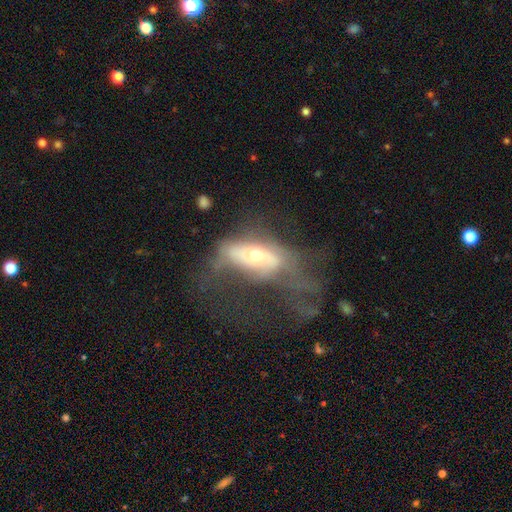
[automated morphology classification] This is possibly a featured or disk galaxy (57%). It is likely not viewed edge-on (80%). Merging: possibly major disturbance (59%).